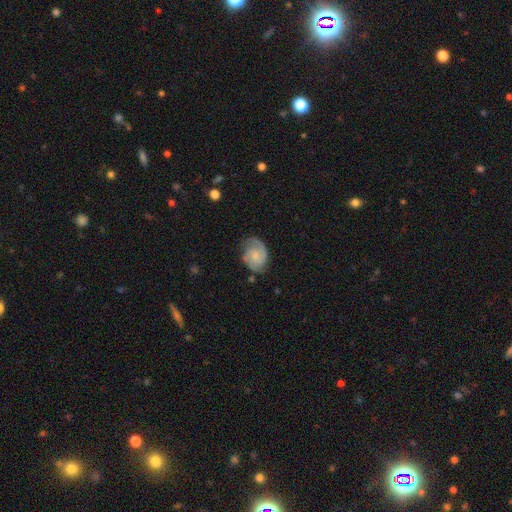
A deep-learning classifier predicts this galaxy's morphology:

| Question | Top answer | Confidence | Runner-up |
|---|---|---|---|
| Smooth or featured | featured or disk | 72% | smooth (22%) |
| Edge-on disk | no | 98% | yes (2%) |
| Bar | no | 63% | weak (32%) |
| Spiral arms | yes | 94% | no (6%) |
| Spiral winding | medium | 43% | tight (42%) |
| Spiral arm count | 2 | 73% | can't tell (11%) |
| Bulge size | small | 44% | moderate (28%) |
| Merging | none | 66% | minor disturbance (23%) |